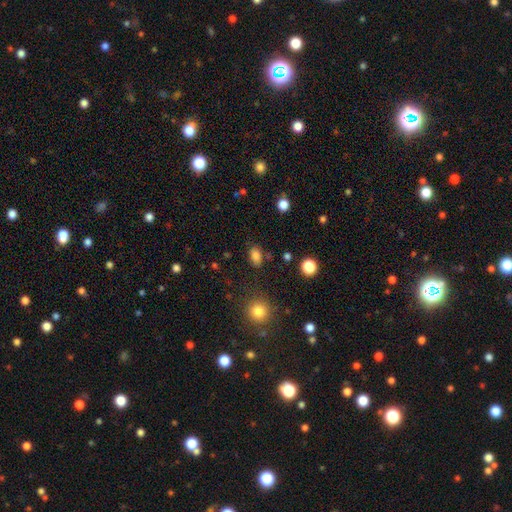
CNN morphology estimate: Smooth or featured? Predicted: smooth (p=0.83). How rounded? Predicted: in between (p=0.85). Merging? Predicted: none (p=0.82).